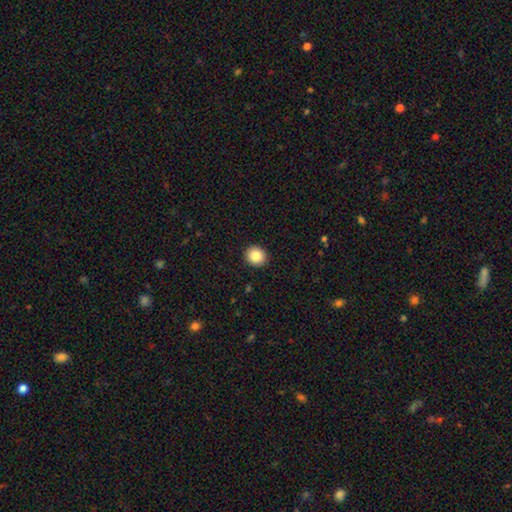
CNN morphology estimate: Smooth or featured? smooth (86%)
How rounded? round (85%)
Merging? none (93%)